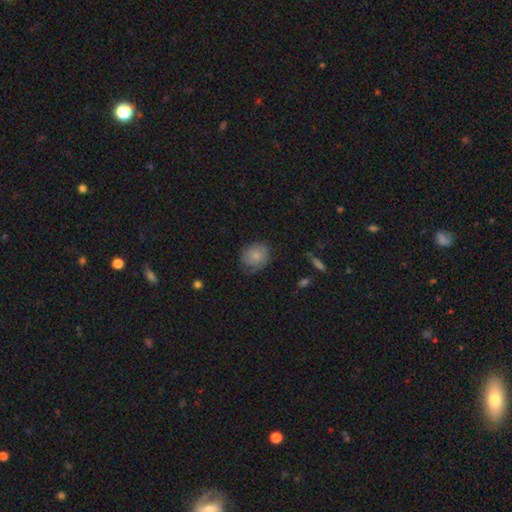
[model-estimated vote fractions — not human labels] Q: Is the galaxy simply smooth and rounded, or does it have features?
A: smooth — 77%.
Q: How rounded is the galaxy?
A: round — 69%.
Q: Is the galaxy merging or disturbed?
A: none — 63%.